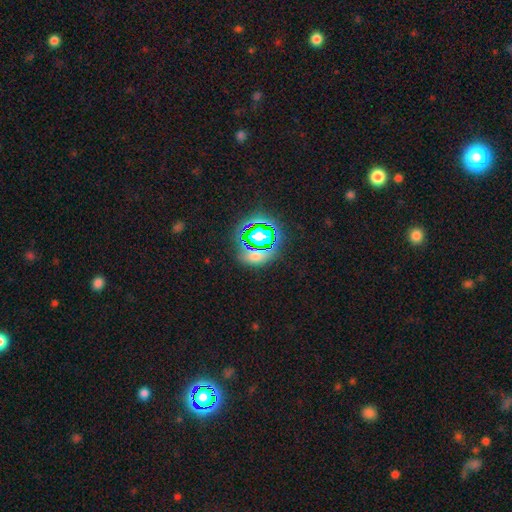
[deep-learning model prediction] This is possibly a star or artifact rather than a galaxy (48%).